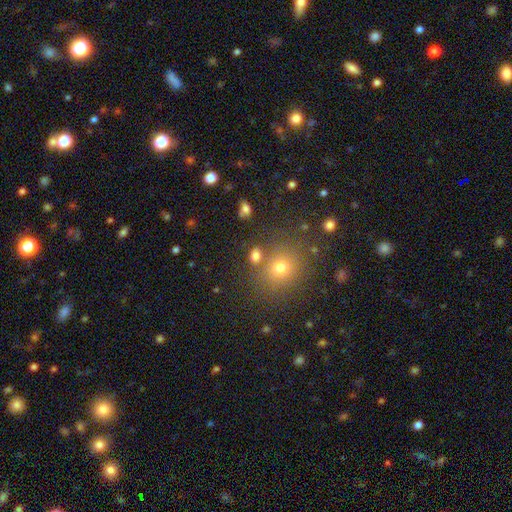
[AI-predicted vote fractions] Smooth or featured? smooth (75%)
How rounded? in between (57%)
Merging? none (70%)